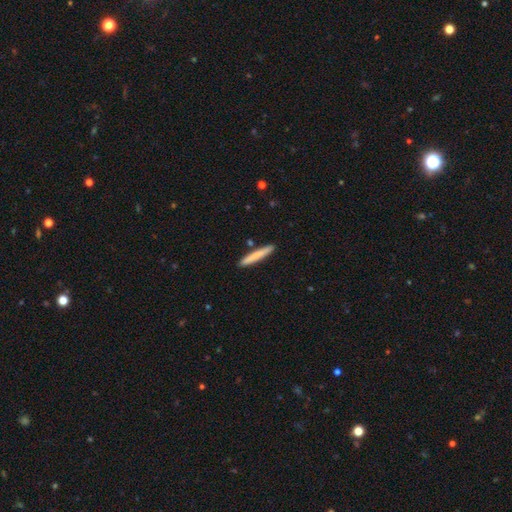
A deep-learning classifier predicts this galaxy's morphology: A smooth galaxy with no disk features (76%) that is cigar-shaped (95%). Merging: none (89%).